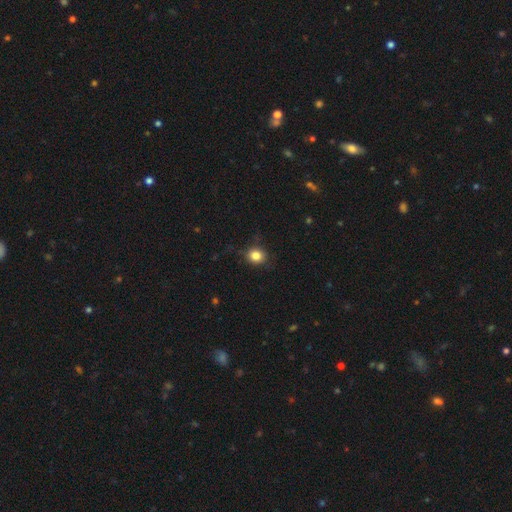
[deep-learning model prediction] Smooth or featured: smooth — 83% (star or artifact — 11%)
How rounded: round — 73% (in between — 26%)
Merging: none — 82% (minor disturbance — 13%)